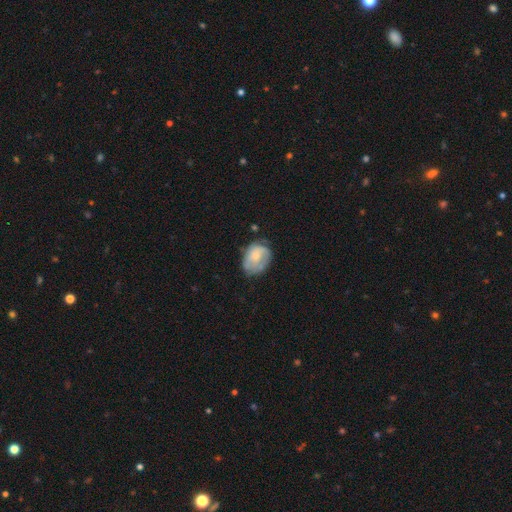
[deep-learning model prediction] Smooth or featured: smooth — 48% (featured or disk — 44%)
Merging: none — 50% (minor disturbance — 32%)